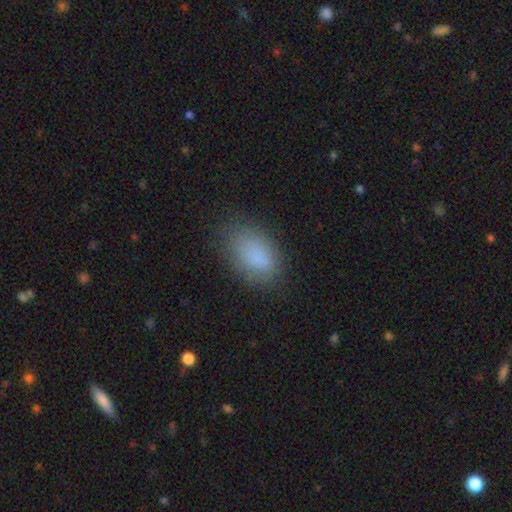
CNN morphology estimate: Smooth or featured: smooth — 85% (star or artifact — 9%)
How rounded: in between — 90% (round — 8%)
Merging: none — 78% (minor disturbance — 16%)